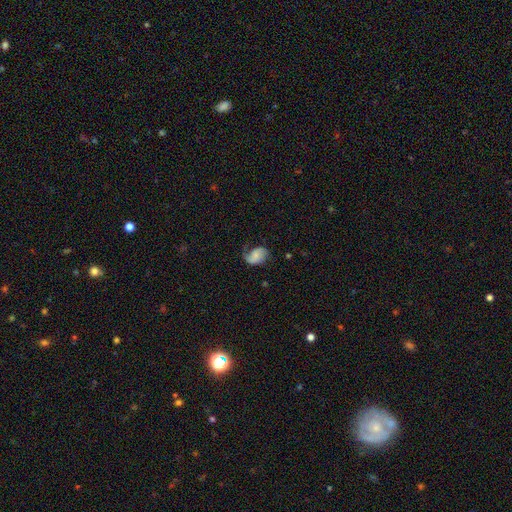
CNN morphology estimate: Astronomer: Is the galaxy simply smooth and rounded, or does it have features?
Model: featured or disk — 55% (runner-up: smooth, 37%).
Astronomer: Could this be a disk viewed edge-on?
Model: no — 97%.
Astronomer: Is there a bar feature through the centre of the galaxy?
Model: no — 64%.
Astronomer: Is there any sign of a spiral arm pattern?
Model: yes — 90%.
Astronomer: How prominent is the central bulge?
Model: small — 45% (runner-up: none, 28%).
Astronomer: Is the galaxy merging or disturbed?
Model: none — 45% (runner-up: minor disturbance, 29%).